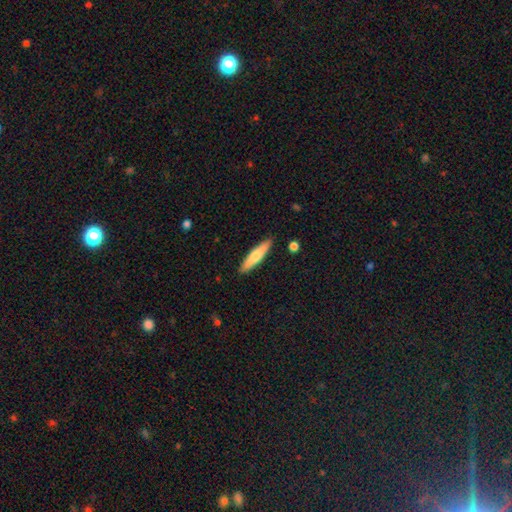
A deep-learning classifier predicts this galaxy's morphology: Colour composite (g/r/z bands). It shows a smooth galaxy with no disk features (60%) that is cigar-shaped (83%). Merging: none (90%).